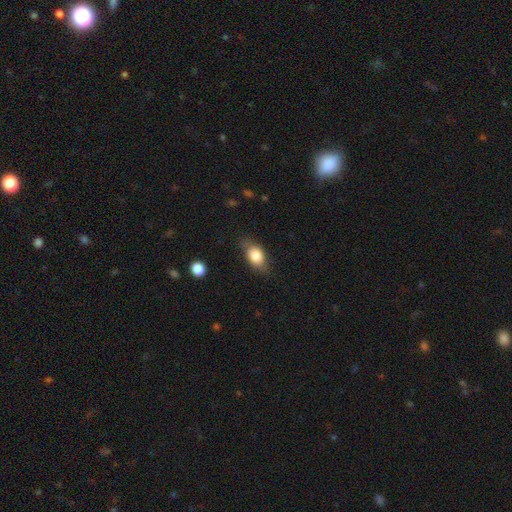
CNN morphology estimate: Smooth or featured?
  - smooth: 77% *
  - featured or disk: 15%
  - star or artifact: 8%
How rounded?
  - in between: 80% *
  - round: 15%
  - cigar-shaped: 5%
Merging?
  - none: 71% *
  - minor disturbance: 22%
  - major disturbance: 6%
  - merger: 1%